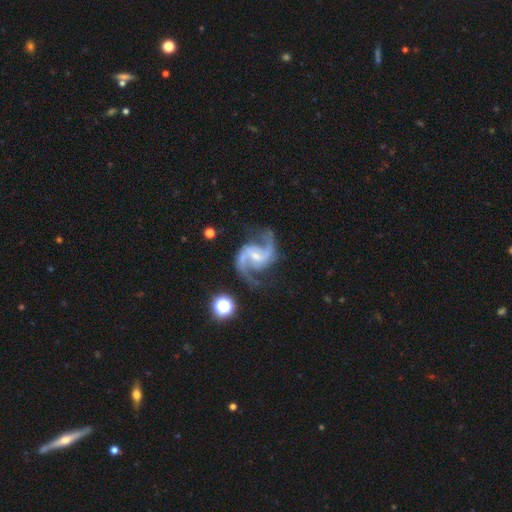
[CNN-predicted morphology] featured or disk 93%, star or artifact 5%, smooth 2%. Down the decision tree: edge-on disk — no (98%); bar — weak (53%); spiral arms — yes (98%); spiral arm count — 2 (94%); spiral winding — medium (51%); bulge size — small (59%); merging — none (74%).